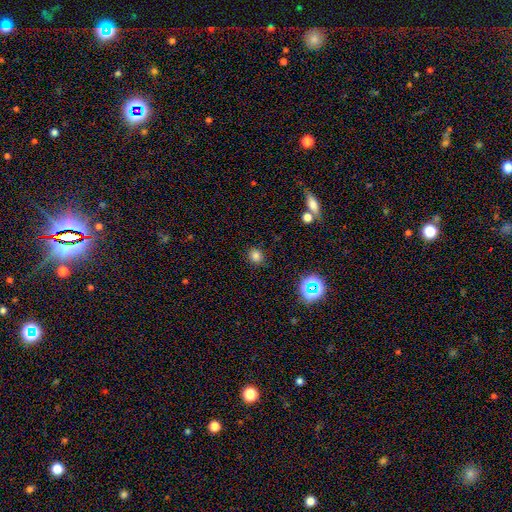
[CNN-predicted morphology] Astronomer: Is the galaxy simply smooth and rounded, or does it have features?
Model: smooth — 78%.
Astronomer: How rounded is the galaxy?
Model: round — 82%.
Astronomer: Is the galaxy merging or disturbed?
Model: none — 88%.